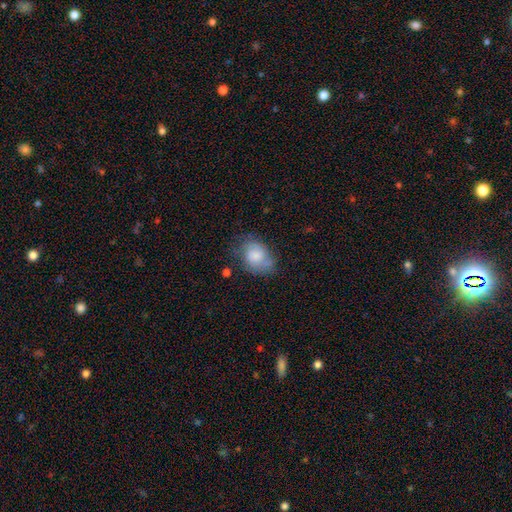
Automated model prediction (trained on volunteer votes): Q: Smooth or featured?
A: smooth (62%); runner-up: featured or disk (30%)
Q: How rounded?
A: in between (67%); runner-up: round (31%)
Q: Merging?
A: none (54%); runner-up: minor disturbance (30%)